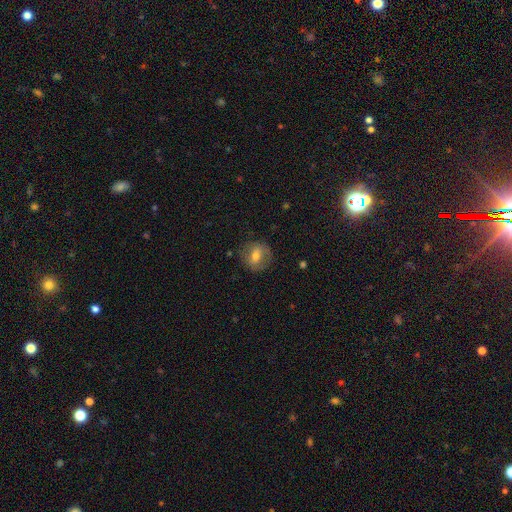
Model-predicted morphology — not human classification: This appears to be a smooth galaxy with no disk features (55%) that is round (77%). Merging: none (78%).